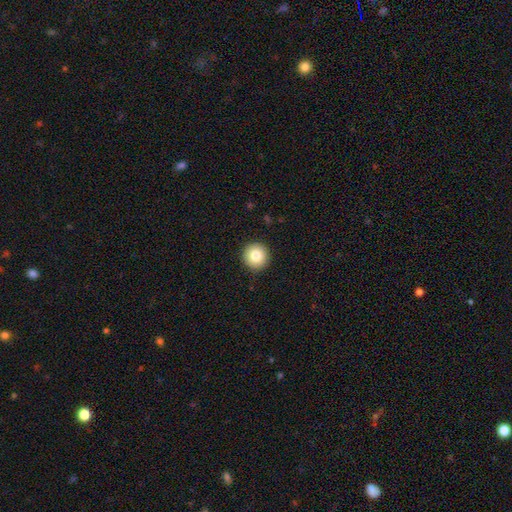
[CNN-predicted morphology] Smooth or featured?
  - smooth: 81% *
  - star or artifact: 9%
  - featured or disk: 9%
How rounded?
  - round: 95% *
  - in between: 4%
  - cigar-shaped: 1%
Merging?
  - none: 93% *
  - minor disturbance: 5%
  - major disturbance: 2%
  - merger: 1%